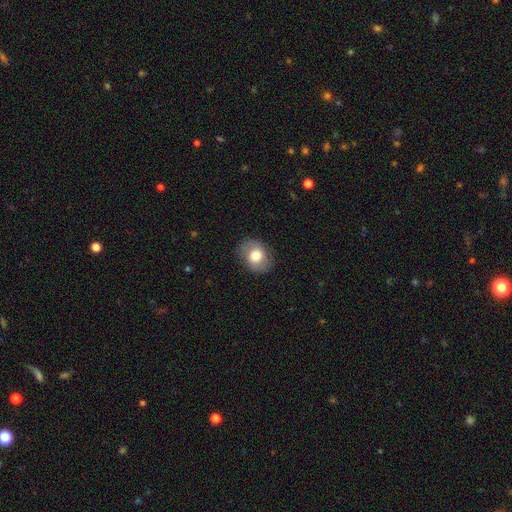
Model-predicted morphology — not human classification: A smooth galaxy with no disk features (70%) that is in between round and cigar-shaped (55%). Merging: none (81%).